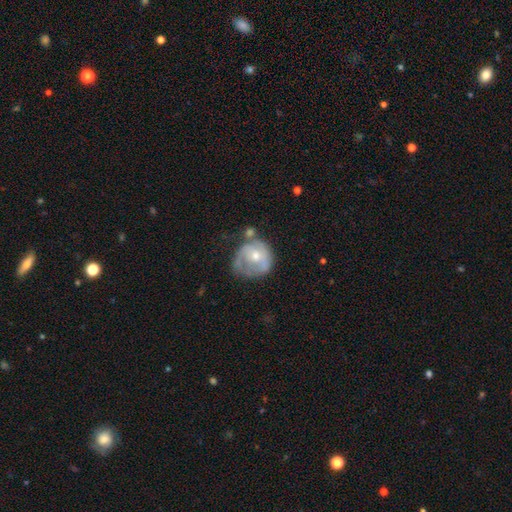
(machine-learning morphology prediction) A featured or disk galaxy (56%) with no bar (73%), spiral arms (53%) and a moderate central bulge (58%).

Vote fractions:
- Smooth or featured? featured or disk: 56% / smooth: 38% / star or artifact: 6%
- Edge-on disk? no: 97% / yes: 3%
- Bar? no: 73% / weak: 22% / strong: 4%
- Spiral arms? yes: 53% / no: 47%
- Bulge size? moderate: 58% / small: 36% / large: 3% / none: 2% / dominant: 1%
- Merging? none: 34% / minor disturbance: 28% / major disturbance: 22% / merger: 15%